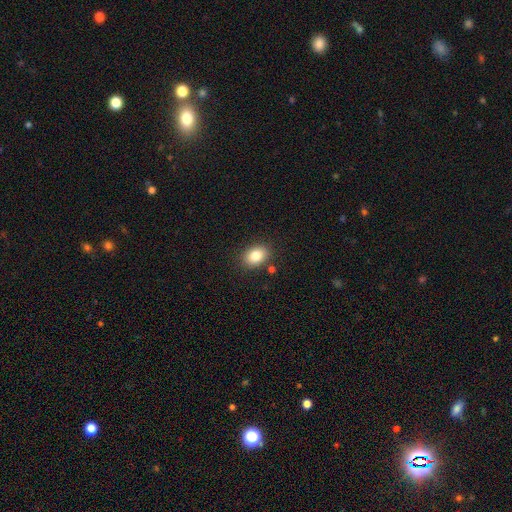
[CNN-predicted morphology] This is clearly a smooth galaxy (84%). How rounded: likely in between (72%). Merging: clearly none (84%).